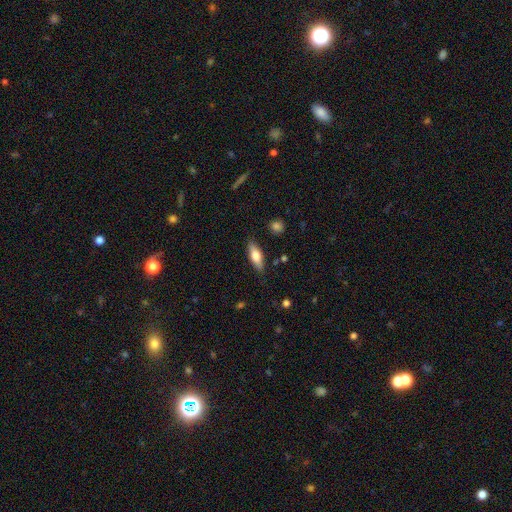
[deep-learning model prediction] A smooth galaxy with no disk features (69%) that is in between round and cigar-shaped (60%). Merging: none (83%).